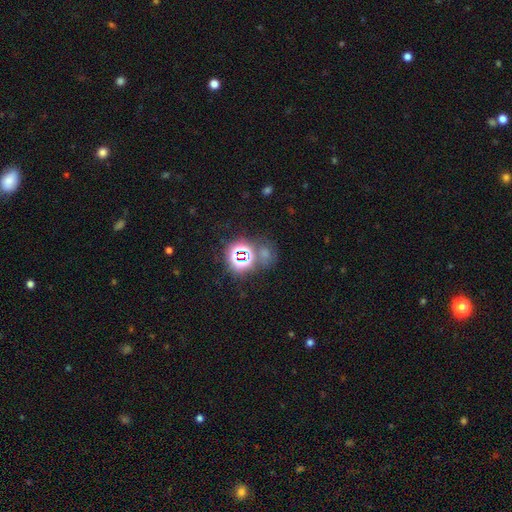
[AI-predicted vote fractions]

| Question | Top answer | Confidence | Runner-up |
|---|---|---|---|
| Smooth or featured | star or artifact | 75% | smooth (16%) |